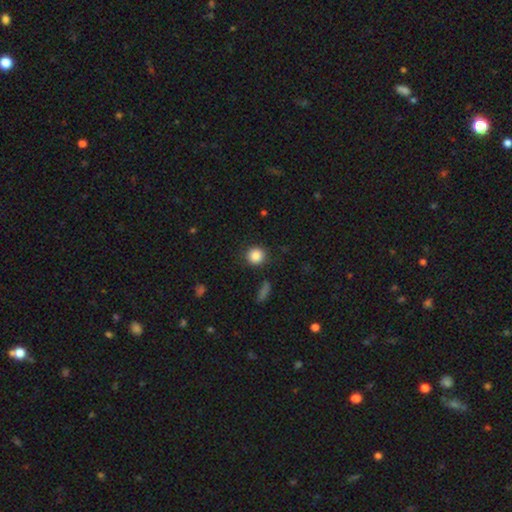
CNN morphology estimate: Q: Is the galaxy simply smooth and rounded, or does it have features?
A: smooth — 86%.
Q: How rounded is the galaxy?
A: round — 91%.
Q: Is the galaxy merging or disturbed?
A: none — 88%.